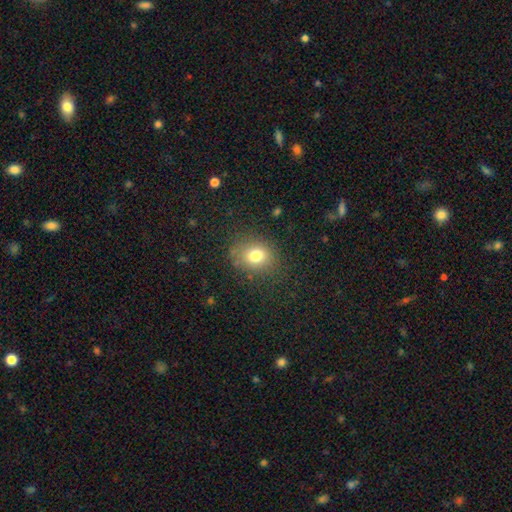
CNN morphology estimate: This is likely a smooth galaxy (77%). How rounded: possibly round (60%). Merging: clearly none (81%).